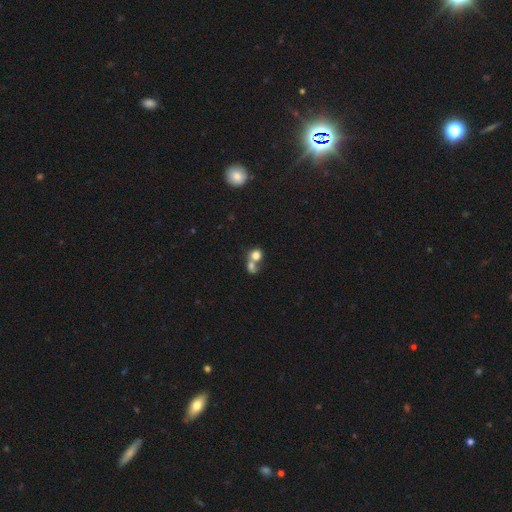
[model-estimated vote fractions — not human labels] The model was most divided on "merging": merger: 61%, none: 28%, minor disturbance: 6%, major disturbance: 4%. More confident: smooth or featured — smooth (76%); how rounded — round (73%).